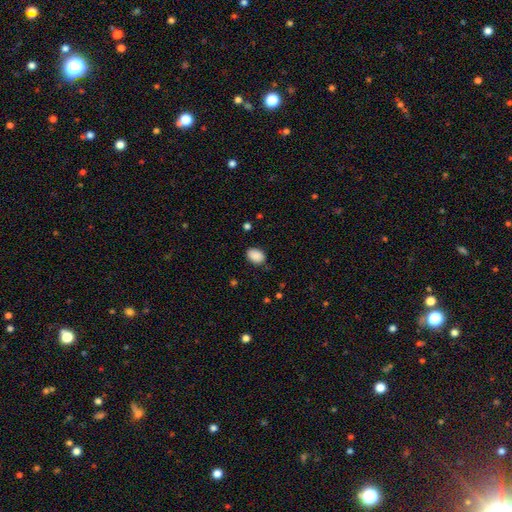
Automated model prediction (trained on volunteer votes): Overall: smooth (89%). How rounded: in between (81%). Merging: none (81%).